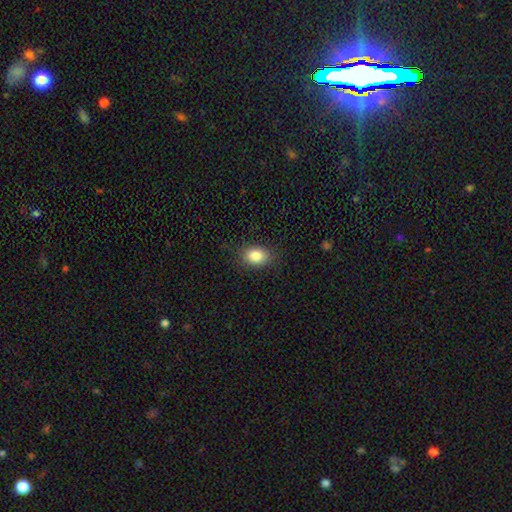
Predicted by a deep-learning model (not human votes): This is clearly a smooth galaxy (85%). How rounded: likely in between (70%). Merging: clearly none (85%).